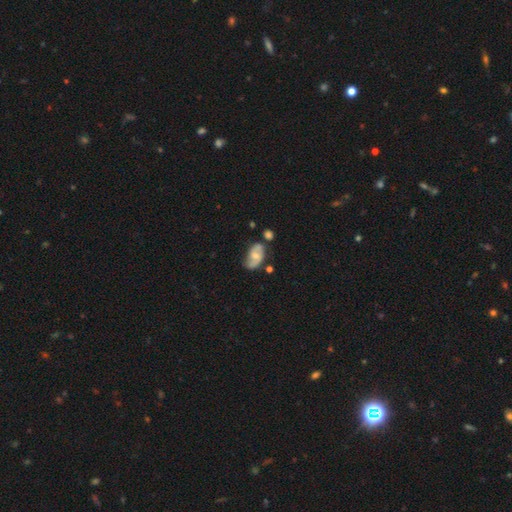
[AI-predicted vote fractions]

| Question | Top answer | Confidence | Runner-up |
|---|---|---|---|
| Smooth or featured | featured or disk | 55% | smooth (38%) |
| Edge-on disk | no | 96% | yes (4%) |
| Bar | no | 59% | weak (34%) |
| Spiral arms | yes | 81% | no (19%) |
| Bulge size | small | 45% | tied: moderate (45%) |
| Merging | none | 51% | minor disturbance (30%) |